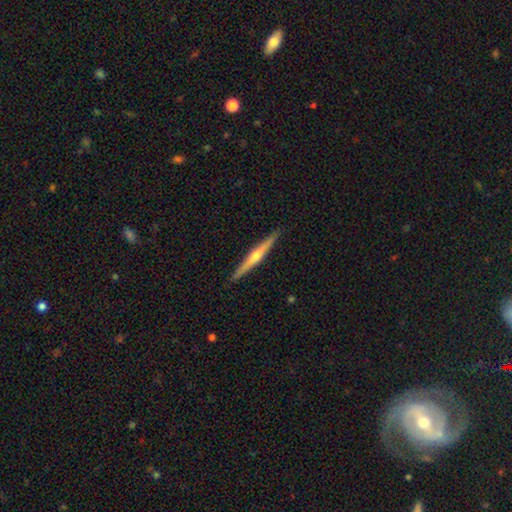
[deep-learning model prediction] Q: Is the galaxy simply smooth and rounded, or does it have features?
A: featured or disk — 72%.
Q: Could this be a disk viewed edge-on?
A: yes — 98%.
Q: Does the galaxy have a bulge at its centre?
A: rounded — 86%.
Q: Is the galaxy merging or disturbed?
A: none — 92%.